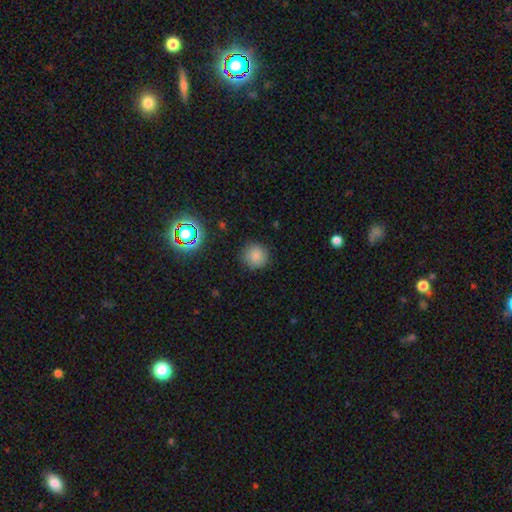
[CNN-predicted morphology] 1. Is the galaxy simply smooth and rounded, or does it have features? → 80% smooth, 13% star or artifact, 7% featured or disk.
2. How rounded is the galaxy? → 93% round, 6% in between, 1% cigar-shaped.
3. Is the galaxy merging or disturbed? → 86% none, 10% minor disturbance, 3% major disturbance, 1% merger.